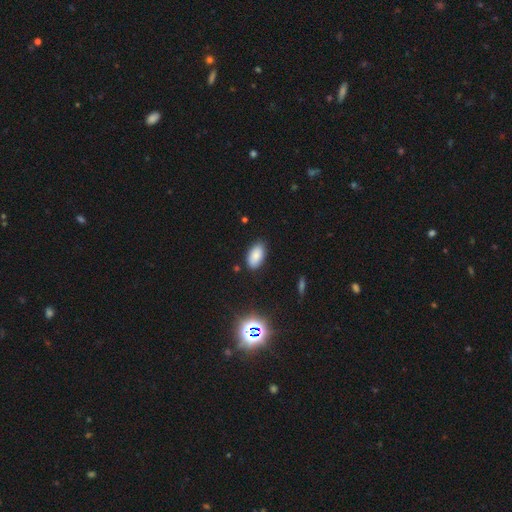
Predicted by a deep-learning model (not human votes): A smooth galaxy with no disk features (84%) that is in between round and cigar-shaped (94%). Merging: none (84%).